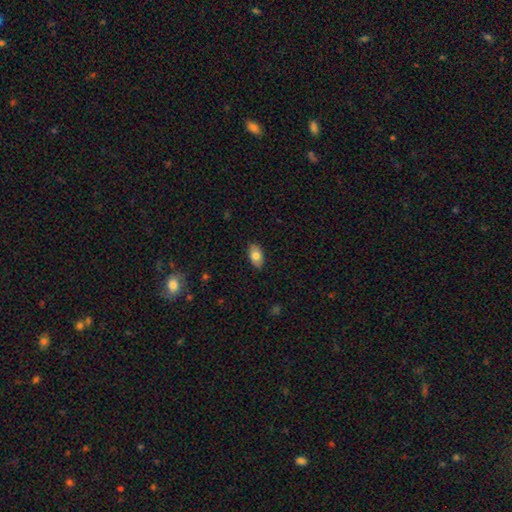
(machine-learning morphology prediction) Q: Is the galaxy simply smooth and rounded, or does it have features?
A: smooth — 78%.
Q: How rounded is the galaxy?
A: in between — 93%.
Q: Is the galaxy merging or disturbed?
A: none — 87%.